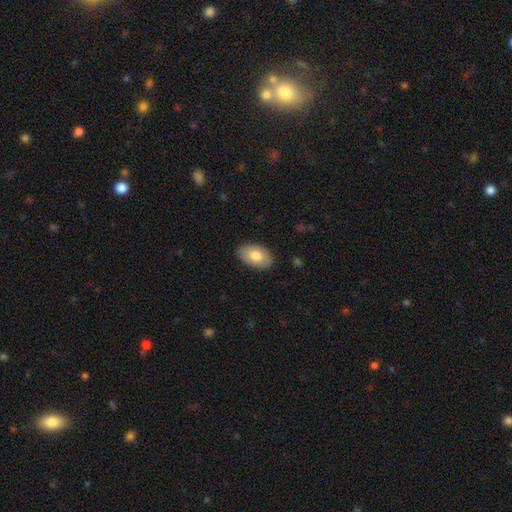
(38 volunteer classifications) Volunteers were most divided on "merging": none: 84%, minor disturbance: 11%, major disturbance: 5%, merger: 0%. More confident: how rounded — in between (100%); smooth or featured — smooth (87%).